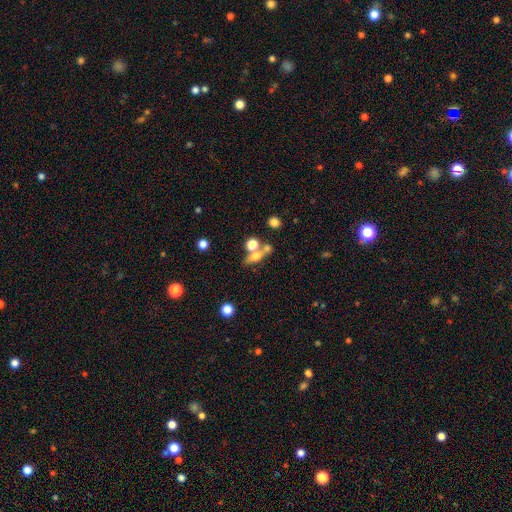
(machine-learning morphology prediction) This is possibly a smooth galaxy (54%). How rounded: marginally in between (41%). Merging: possibly none (51%).